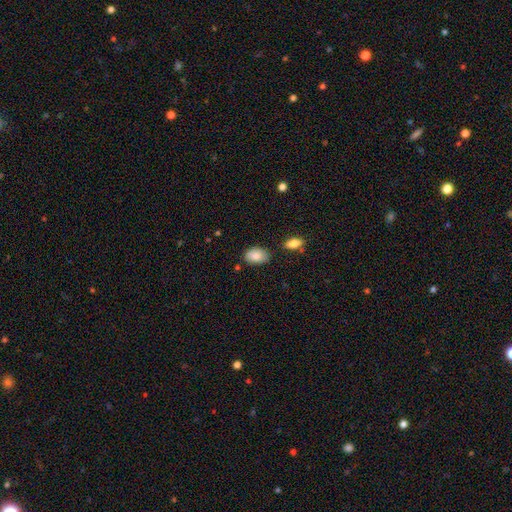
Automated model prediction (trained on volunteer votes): smooth-or-featured: smooth: 86% | featured or disk: 7% | star or artifact: 7%
  how-rounded: in between: 89% | round: 10% | cigar-shaped: 1%
  merging: none: 74% | minor disturbance: 19% | merger: 4% | major disturbance: 3%